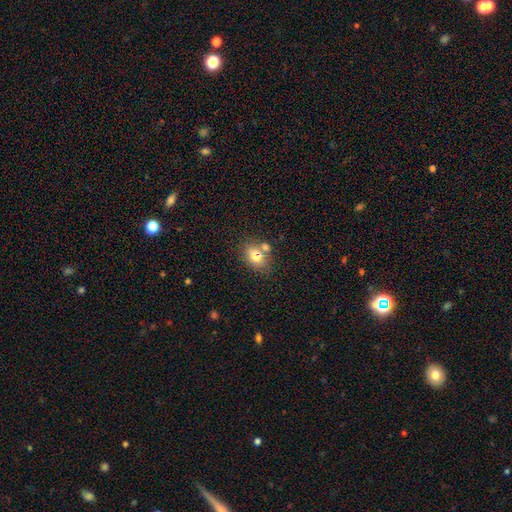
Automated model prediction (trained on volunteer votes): Overall: smooth (76%). How rounded: in between (68%; round 31%). Merging: none (54%; merger 28%).